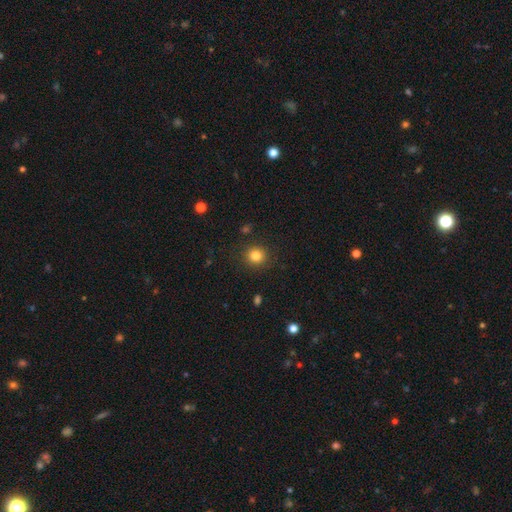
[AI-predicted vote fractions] Smooth or featured?
  - smooth: 83% *
  - star or artifact: 12%
  - featured or disk: 5%
How rounded?
  - round: 90% *
  - in between: 9%
  - cigar-shaped: 1%
Merging?
  - none: 90% *
  - minor disturbance: 6%
  - major disturbance: 2%
  - merger: 1%